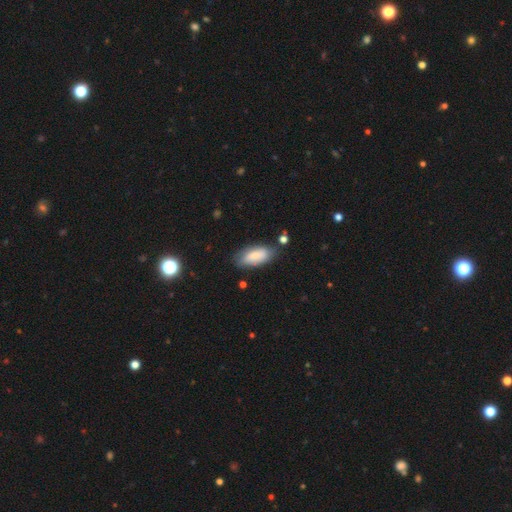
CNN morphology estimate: Smooth or featured?
  - smooth: 81% *
  - featured or disk: 13%
  - star or artifact: 6%
How rounded?
  - in between: 86% *
  - cigar-shaped: 12%
  - round: 2%
Merging?
  - none: 71% *
  - minor disturbance: 21%
  - major disturbance: 5%
  - merger: 4%